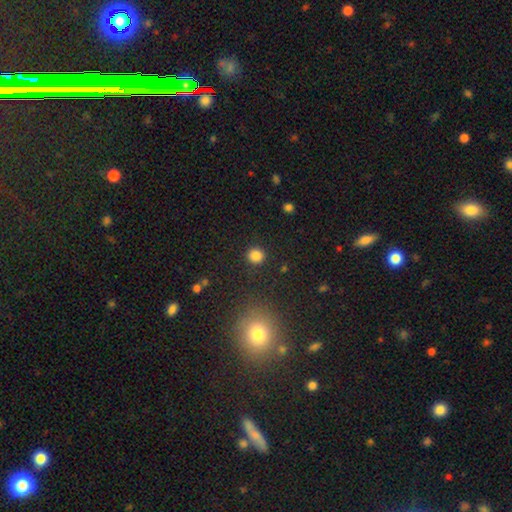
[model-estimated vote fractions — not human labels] smooth_or_featured: smooth (p=0.85) [alt: star or artifact p=0.12]
how_rounded: round (p=0.92) [alt: in between p=0.07]
merging: none (p=0.91) [alt: minor disturbance p=0.05]